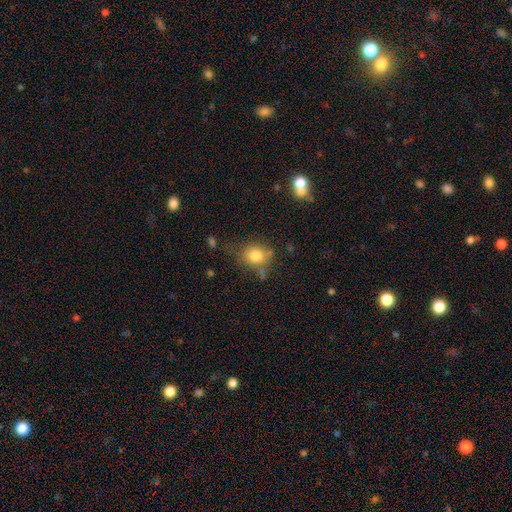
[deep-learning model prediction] Overall: smooth (80%). How rounded: round (66%; in between 33%). Merging: none (63%).